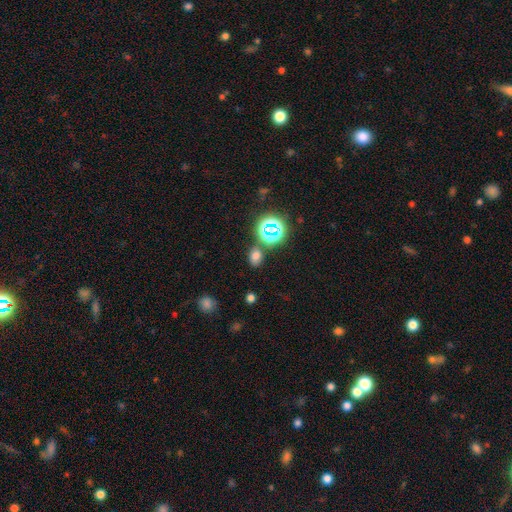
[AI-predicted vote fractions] Smooth or featured: smooth — 66% (star or artifact — 28%)
How rounded: in between — 69% (round — 30%)
Merging: none — 77% (minor disturbance — 11%)